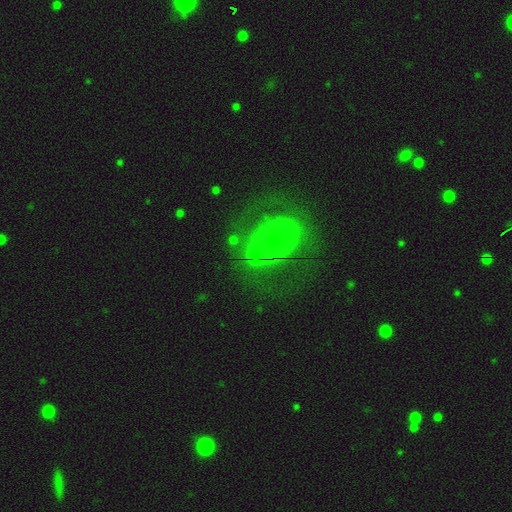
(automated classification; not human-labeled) A featured or disk galaxy (40%).

Vote fractions:
- Smooth or featured? featured or disk: 40% / smooth: 36% / star or artifact: 25%
- Merging? none: 60% / minor disturbance: 18% / major disturbance: 13% / merger: 8%